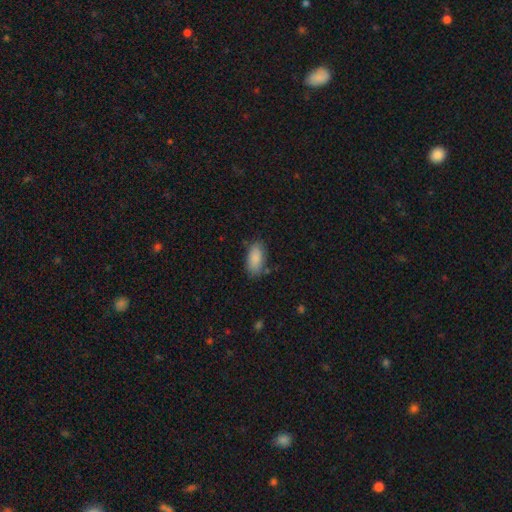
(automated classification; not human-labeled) Overall: smooth (88%). How rounded: in between (90%). Merging: none (80%).